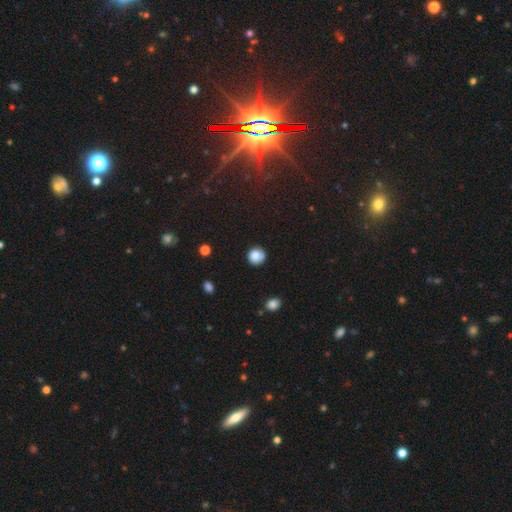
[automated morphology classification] type=smooth (84%); roundness=round (91%); merging=none (79%).